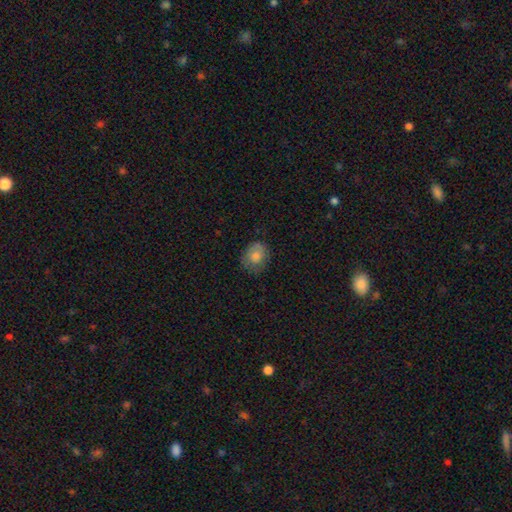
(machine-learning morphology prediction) A smooth galaxy with no disk features (72%) that is round (62%).

Vote fractions:
- Smooth or featured? smooth: 72% / featured or disk: 18% / star or artifact: 10%
- How rounded? round: 62% / in between: 37% / cigar-shaped: 1%
- Merging? none: 74% / minor disturbance: 20% / major disturbance: 5% / merger: 1%